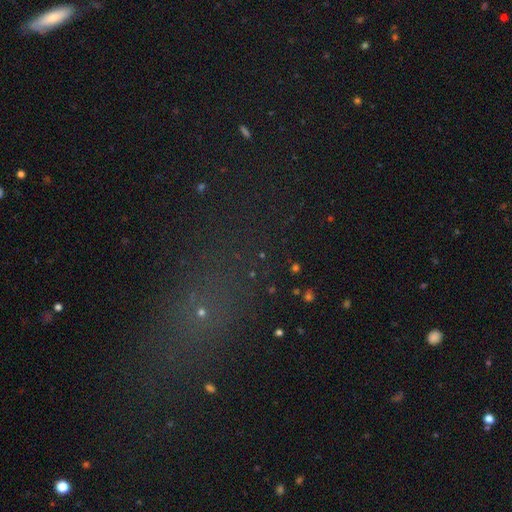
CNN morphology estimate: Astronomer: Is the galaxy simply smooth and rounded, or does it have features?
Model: star or artifact — 50% (runner-up: smooth, 34%).